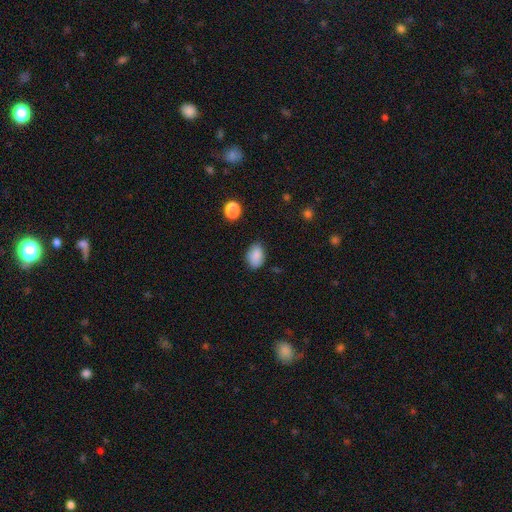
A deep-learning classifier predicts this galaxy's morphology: Smooth or featured: smooth — 87% (star or artifact — 9%)
How rounded: in between — 82% (round — 17%)
Merging: none — 76% (minor disturbance — 18%)